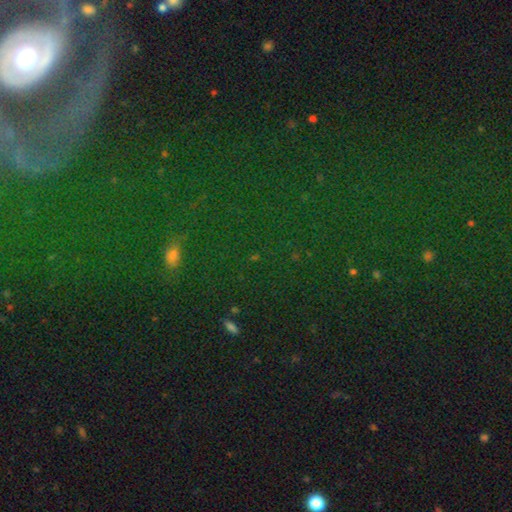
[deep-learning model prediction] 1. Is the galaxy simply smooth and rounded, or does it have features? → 62% star or artifact, 20% featured or disk, 18% smooth.